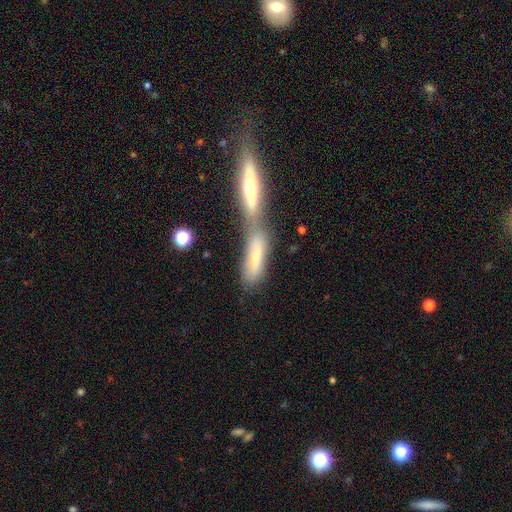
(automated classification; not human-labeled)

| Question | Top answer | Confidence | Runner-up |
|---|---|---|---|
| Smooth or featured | smooth | 64% | featured or disk (28%) |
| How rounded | cigar-shaped | 58% | in between (39%) |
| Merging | merger | 58% | none (29%) |